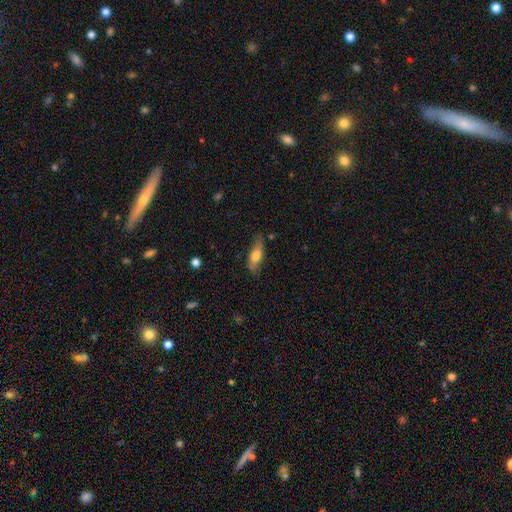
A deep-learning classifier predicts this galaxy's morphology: Q: Smooth or featured?
A: smooth (69%); runner-up: featured or disk (25%)
Q: How rounded?
A: in between (61%); runner-up: cigar-shaped (36%)
Q: Merging?
A: none (73%); runner-up: minor disturbance (21%)